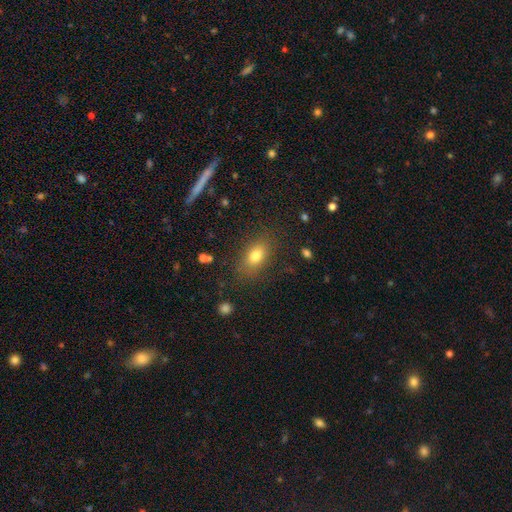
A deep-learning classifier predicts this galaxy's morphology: Q: Smooth or featured?
A: smooth (77%); runner-up: featured or disk (12%)
Q: How rounded?
A: in between (81%); runner-up: round (15%)
Q: Merging?
A: none (81%); runner-up: minor disturbance (13%)